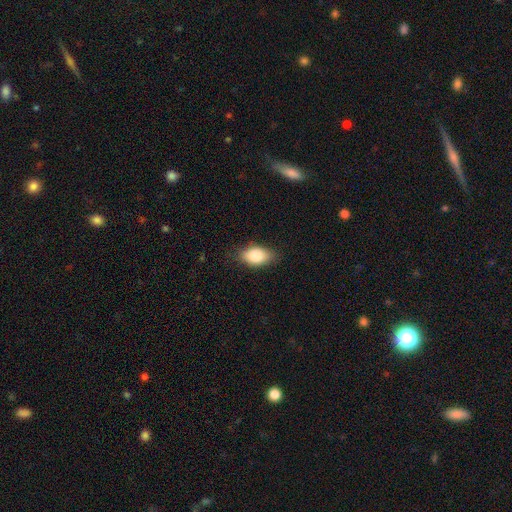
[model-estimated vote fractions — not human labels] Overall: smooth (84%). How rounded: in between (90%). Merging: none (80%).